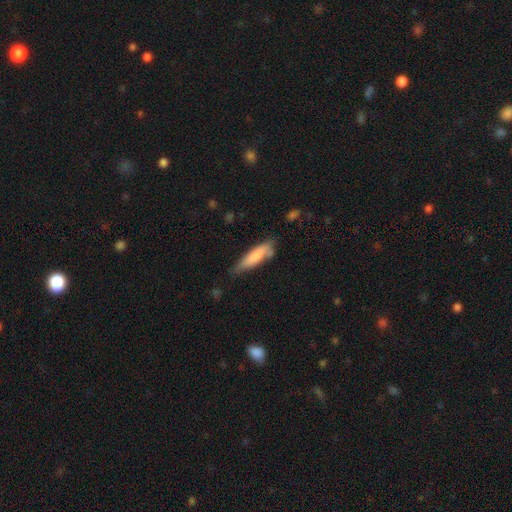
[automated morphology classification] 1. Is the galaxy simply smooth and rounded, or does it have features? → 77% smooth, 17% featured or disk, 6% star or artifact.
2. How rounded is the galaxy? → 69% cigar-shaped, 29% in between, 1% round.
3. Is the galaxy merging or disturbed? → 58% none, 29% minor disturbance, 7% major disturbance, 6% merger.